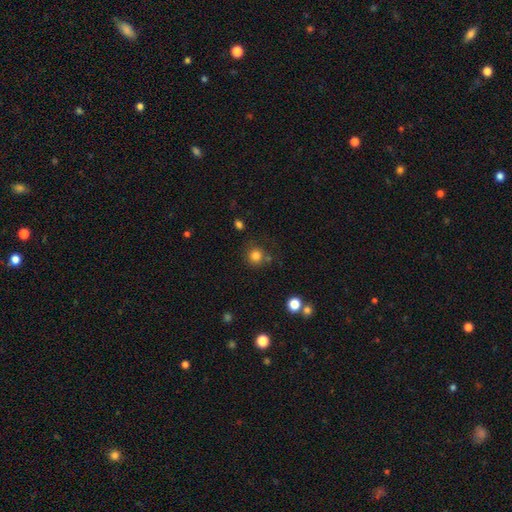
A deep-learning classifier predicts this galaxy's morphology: smooth_or_featured: smooth (p=0.80) [alt: star or artifact p=0.13]
how_rounded: round (p=0.92) [alt: in between p=0.07]
merging: none (p=0.75) [alt: minor disturbance p=0.11]